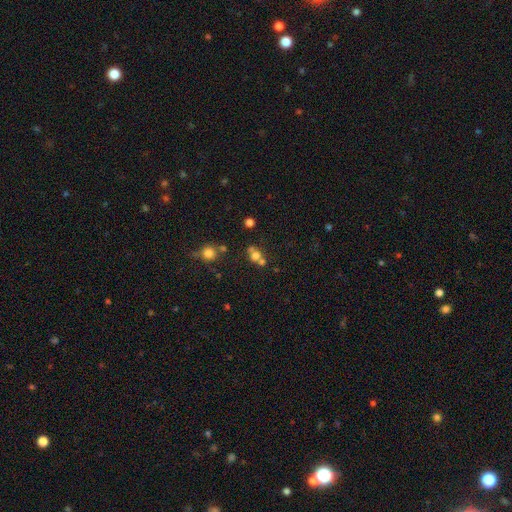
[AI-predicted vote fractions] Overall: smooth (65%). How rounded: round (74%). Merging: merger (44%; none 43%).